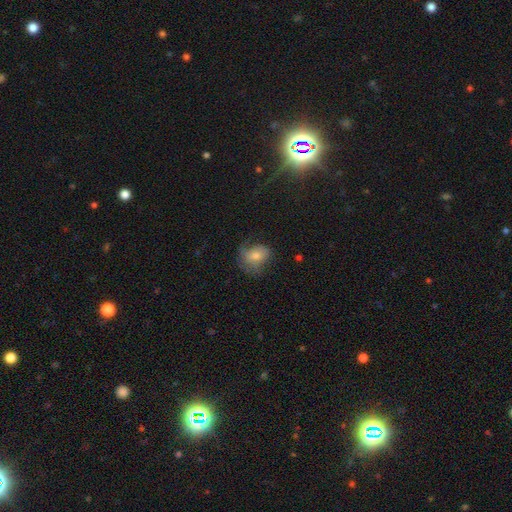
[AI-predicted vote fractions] smooth-or-featured: smooth: 49% | featured or disk: 38% | star or artifact: 14%
  merging: none: 50% | minor disturbance: 27% | major disturbance: 22% | merger: 2%